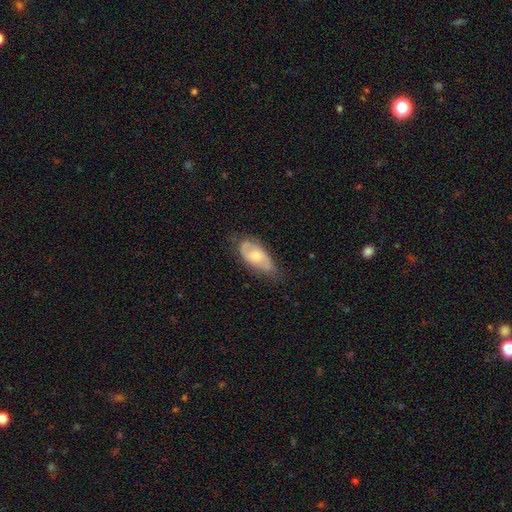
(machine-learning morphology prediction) Smooth or featured?
  - featured or disk: 56% *
  - smooth: 37%
  - star or artifact: 7%
Edge-on disk?
  - no: 89% *
  - yes: 11%
Bar?
  - no: 74% *
  - weak: 22%
  - strong: 4%
Spiral arms?
  - yes: 69% *
  - no: 31%
Bulge size?
  - moderate: 63% *
  - small: 31%
  - large: 4%
  - none: 2%
  - dominant: 1%
Merging?
  - none: 62% *
  - minor disturbance: 29%
  - major disturbance: 8%
  - merger: 1%